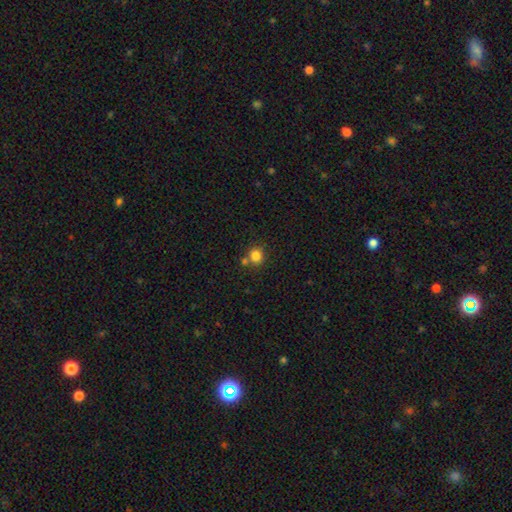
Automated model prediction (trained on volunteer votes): Overall: smooth (83%). How rounded: round (85%). Merging: none (68%).